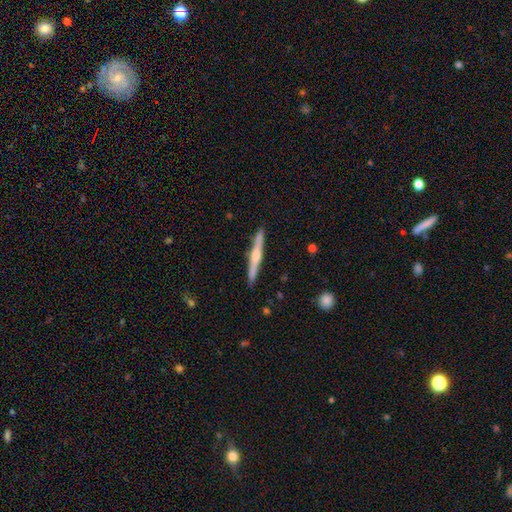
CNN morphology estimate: A featured or disk galaxy (71%) viewed edge-on (98%) with a rounded central bulge (86%).

Vote fractions:
- Smooth or featured? featured or disk: 71% / smooth: 24% / star or artifact: 5%
- Edge-on disk? yes: 98% / no: 2%
- Edge-on bulge? rounded: 86% / none: 7% / boxy: 7%
- Merging? none: 91% / minor disturbance: 6% / major disturbance: 1% / merger: 1%